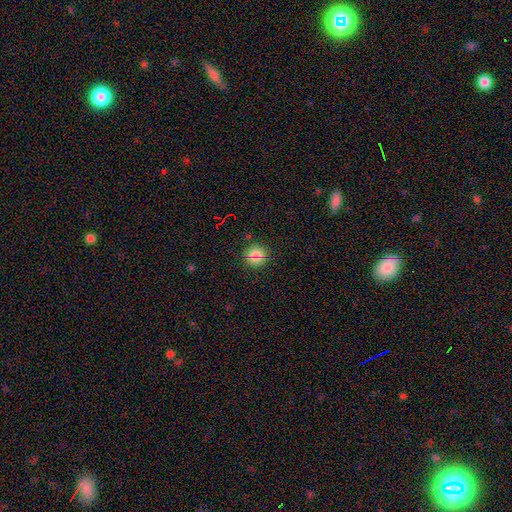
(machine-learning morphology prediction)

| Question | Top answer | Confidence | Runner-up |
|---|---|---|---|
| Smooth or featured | smooth | 75% | star or artifact (17%) |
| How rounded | round | 92% | in between (6%) |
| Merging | none | 88% | minor disturbance (7%) |